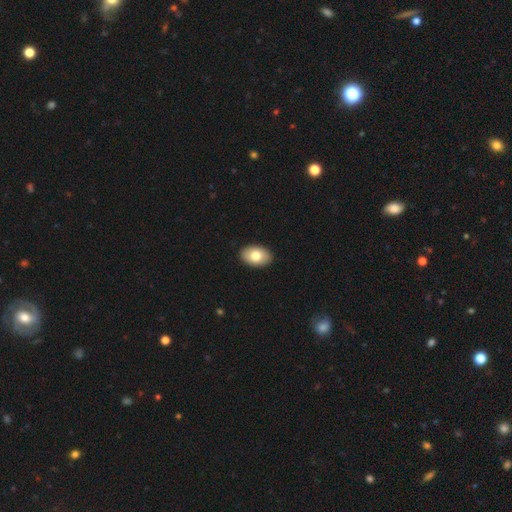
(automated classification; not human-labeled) Smooth or featured: smooth — 79% (featured or disk — 14%)
How rounded: in between — 90% (round — 9%)
Merging: none — 91% (minor disturbance — 6%)